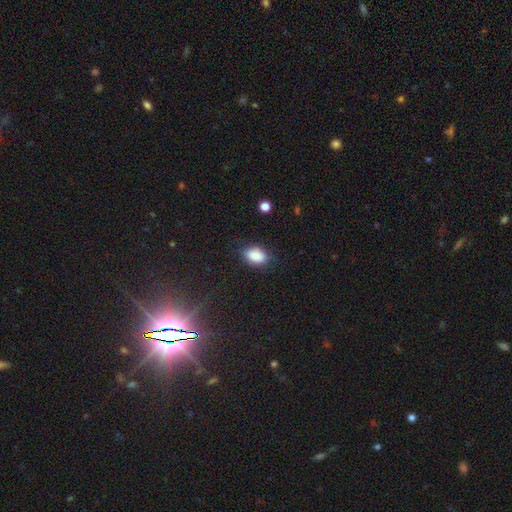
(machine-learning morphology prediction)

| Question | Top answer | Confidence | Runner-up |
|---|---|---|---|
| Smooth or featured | smooth | 88% | star or artifact (8%) |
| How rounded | in between | 88% | round (10%) |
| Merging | none | 81% | minor disturbance (14%) |